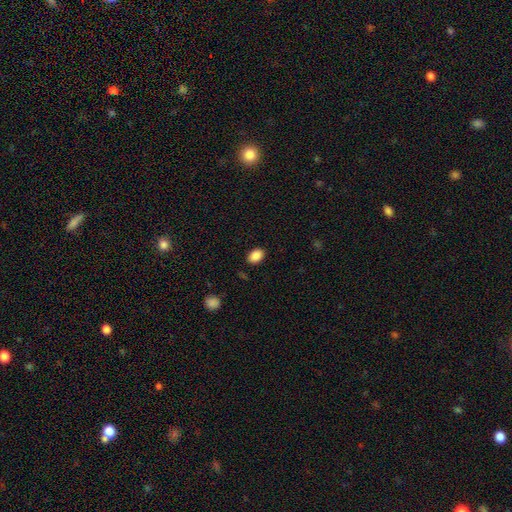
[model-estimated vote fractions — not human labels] Smooth or featured?
  - smooth: 88% *
  - star or artifact: 8%
  - featured or disk: 4%
How rounded?
  - in between: 78% *
  - round: 21%
  - cigar-shaped: 1%
Merging?
  - none: 88% *
  - minor disturbance: 9%
  - major disturbance: 2%
  - merger: 1%